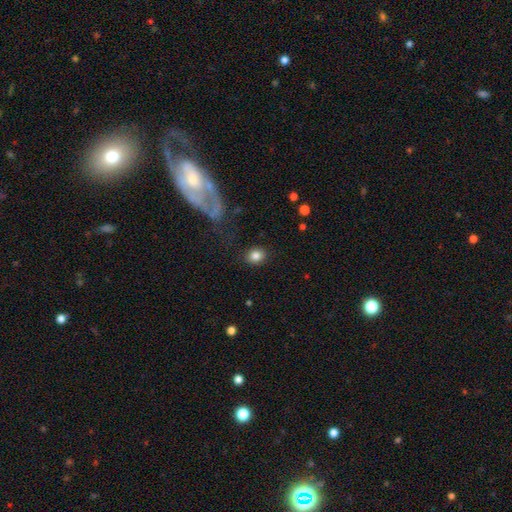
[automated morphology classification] Q: Smooth or featured?
A: smooth (83%); runner-up: star or artifact (10%)
Q: How rounded?
A: round (64%); runner-up: in between (35%)
Q: Merging?
A: none (86%); runner-up: minor disturbance (9%)